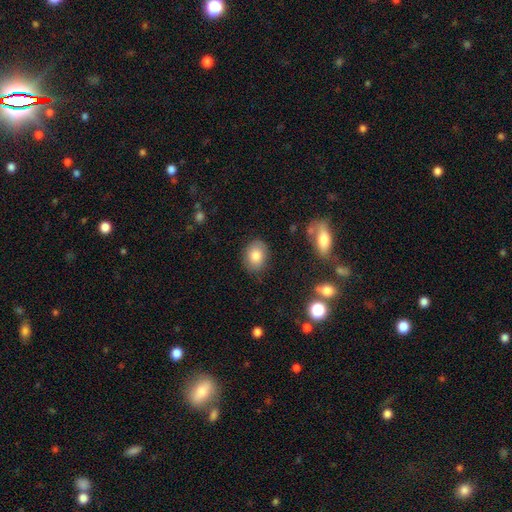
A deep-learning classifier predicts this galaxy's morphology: A smooth galaxy with no disk features (81%) that is in between round and cigar-shaped (65%). Merging: none (83%).